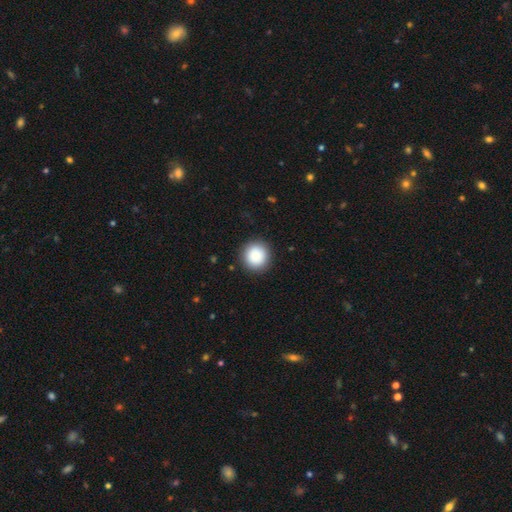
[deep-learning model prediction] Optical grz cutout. It shows a smooth galaxy with no disk features (89%) that is round (94%). Merging: none (91%).